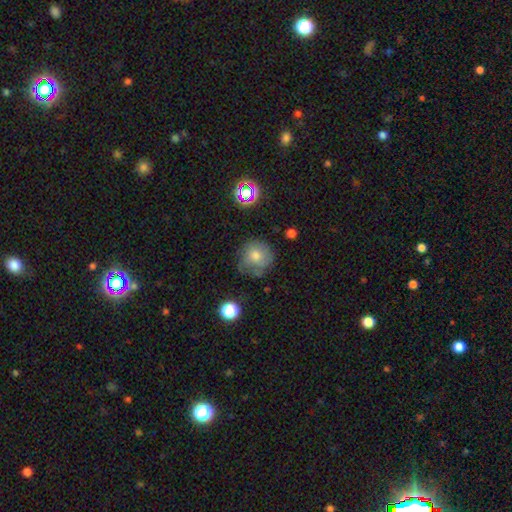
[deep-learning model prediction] smooth_or_featured: smooth (p=0.59) [alt: featured or disk p=0.25]
how_rounded: round (p=0.88) [alt: in between p=0.11]
merging: none (p=0.61) [alt: minor disturbance p=0.25]